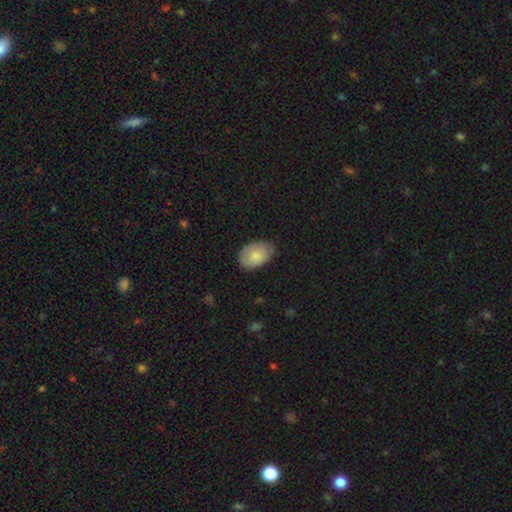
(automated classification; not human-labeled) The model was most divided on "merging": none: 76%, minor disturbance: 20%, major disturbance: 3%, merger: 1%. More confident: how rounded — in between (88%); smooth or featured — smooth (83%).